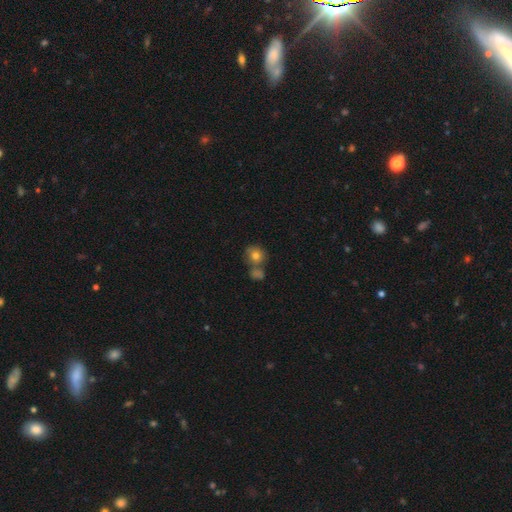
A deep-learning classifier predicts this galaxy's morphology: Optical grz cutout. It shows a smooth galaxy with no disk features (78%) that is round (78%). Merging: none (50%).